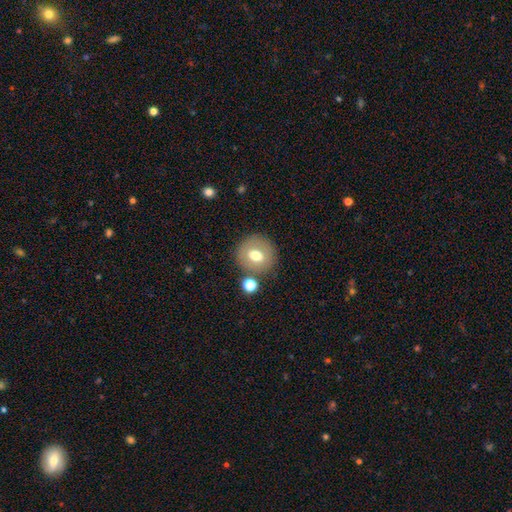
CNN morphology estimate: smooth_or_featured: smooth (p=0.65) [alt: featured or disk p=0.26]
how_rounded: round (p=0.82) [alt: in between p=0.17]
merging: none (p=0.77) [alt: minor disturbance p=0.11]